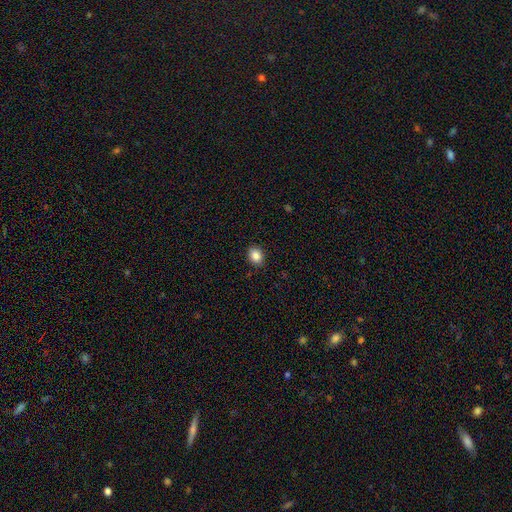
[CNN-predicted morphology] Q: Smooth or featured?
A: smooth (87%); runner-up: star or artifact (9%)
Q: How rounded?
A: in between (56%); runner-up: round (44%)
Q: Merging?
A: none (90%); runner-up: minor disturbance (7%)